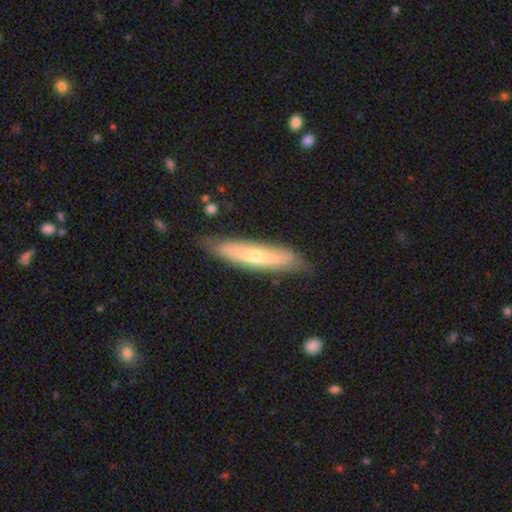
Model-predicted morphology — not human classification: smooth 50%, featured or disk 44%, star or artifact 6%. Down the decision tree: how rounded — cigar-shaped (82%); merging — none (77%).